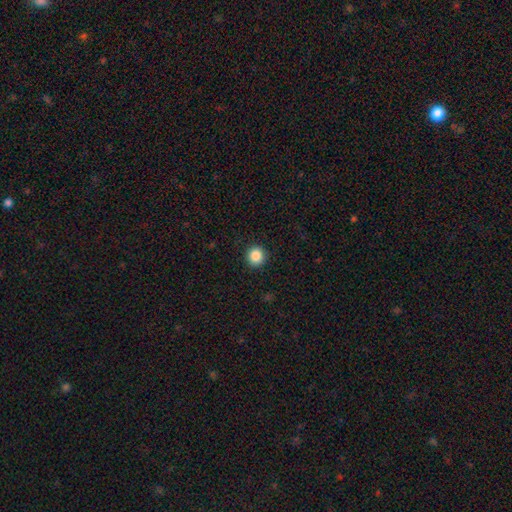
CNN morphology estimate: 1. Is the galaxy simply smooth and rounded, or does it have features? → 87% smooth, 10% star or artifact, 3% featured or disk.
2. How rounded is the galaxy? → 92% round, 7% in between, 1% cigar-shaped.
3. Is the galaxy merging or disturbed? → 92% none, 5% minor disturbance, 2% major disturbance, 1% merger.